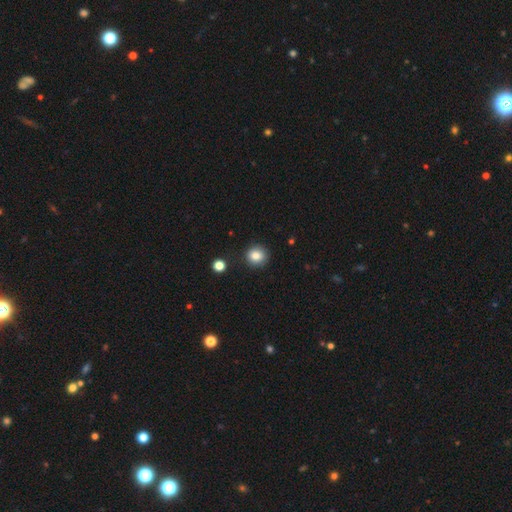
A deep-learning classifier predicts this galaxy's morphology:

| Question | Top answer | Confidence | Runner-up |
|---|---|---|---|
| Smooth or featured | smooth | 83% | star or artifact (10%) |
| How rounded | round | 90% | in between (9%) |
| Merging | none | 89% | minor disturbance (7%) |